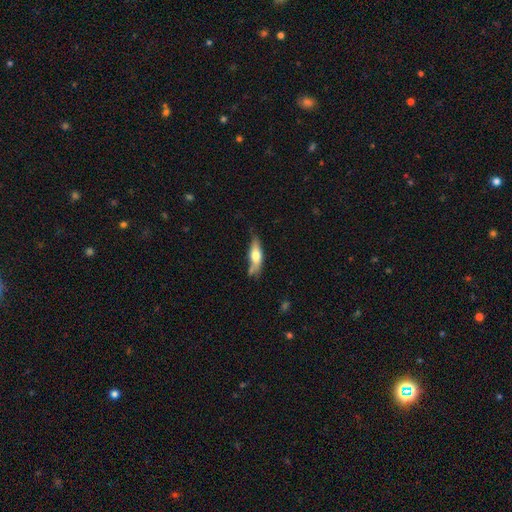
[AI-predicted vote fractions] Morphology: type=smooth (54%); roundness=cigar-shaped (52%); merging=none (57%).